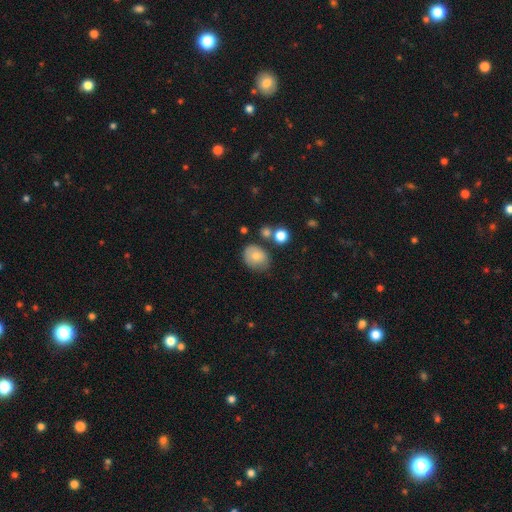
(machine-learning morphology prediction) A smooth galaxy with no disk features (75%) that is in between round and cigar-shaped (51%).

Vote fractions:
- Smooth or featured? smooth: 75% / featured or disk: 15% / star or artifact: 9%
- How rounded? in between: 51% / round: 48% / cigar-shaped: 1%
- Merging? none: 59% / minor disturbance: 25% / merger: 9% / major disturbance: 7%